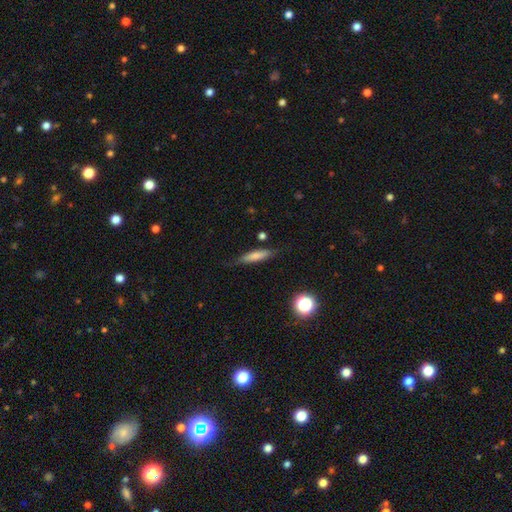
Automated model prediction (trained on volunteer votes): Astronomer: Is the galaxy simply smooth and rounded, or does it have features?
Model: smooth — 69%.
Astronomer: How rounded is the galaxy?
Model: cigar-shaped — 80%.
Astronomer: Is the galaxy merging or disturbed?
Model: none — 77%.